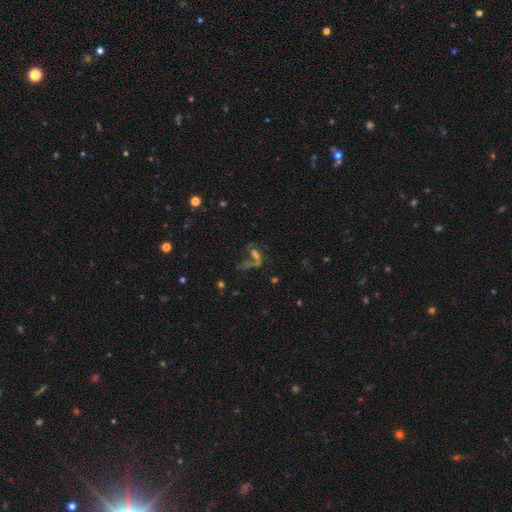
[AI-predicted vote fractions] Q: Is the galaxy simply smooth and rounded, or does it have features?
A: featured or disk — 48%.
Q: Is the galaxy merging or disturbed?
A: major disturbance — 35%.